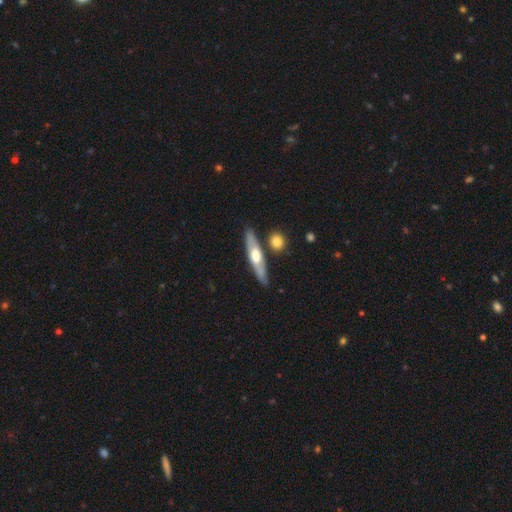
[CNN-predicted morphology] The model was most divided on "smooth or featured": featured or disk: 57%, smooth: 38%, star or artifact: 5%. More confident: edge-on disk — yes (83%); merging — none (80%).